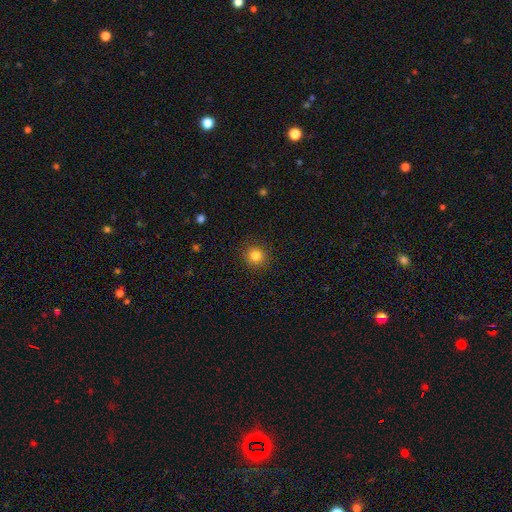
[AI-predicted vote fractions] Smooth or featured: smooth — 82% (star or artifact — 12%)
How rounded: round — 93% (in between — 6%)
Merging: none — 90% (minor disturbance — 6%)